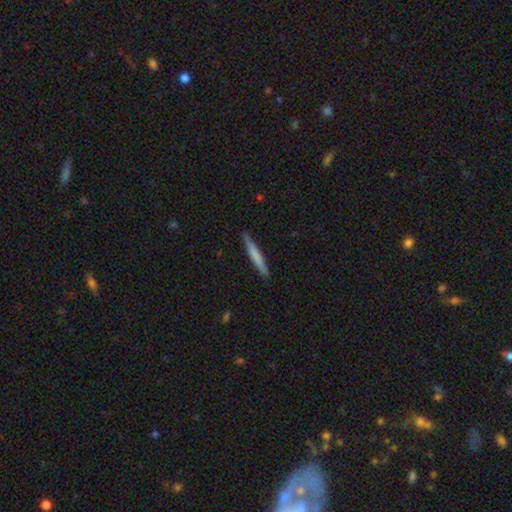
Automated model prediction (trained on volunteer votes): smooth_or_featured: smooth (p=0.68) [alt: featured or disk p=0.27]
how_rounded: cigar-shaped (p=0.96) [alt: in between p=0.03]
merging: none (p=0.89) [alt: minor disturbance p=0.08]